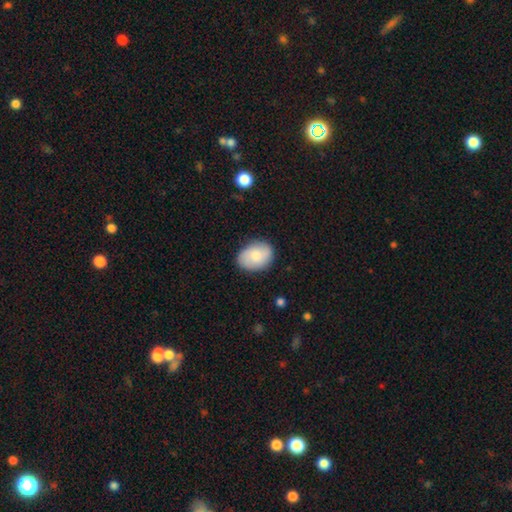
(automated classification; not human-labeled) Smooth or featured: smooth — 71% (featured or disk — 22%)
How rounded: in between — 70% (round — 29%)
Merging: none — 83% (minor disturbance — 13%)